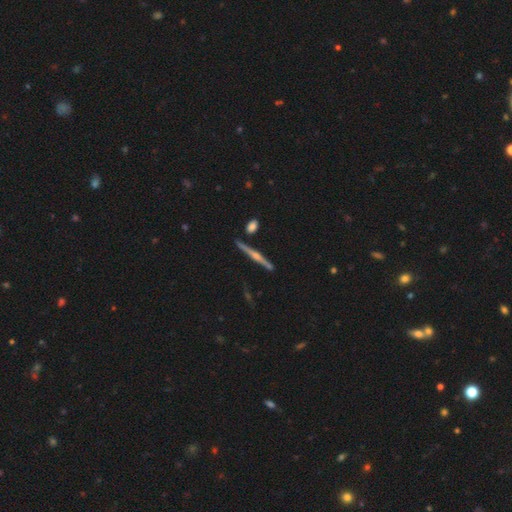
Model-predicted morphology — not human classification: This is clearly a featured or disk galaxy (82%). It is clearly viewed edge-on (98%). Edge-on bulge: clearly rounded (87%). Merging: clearly none (89%).